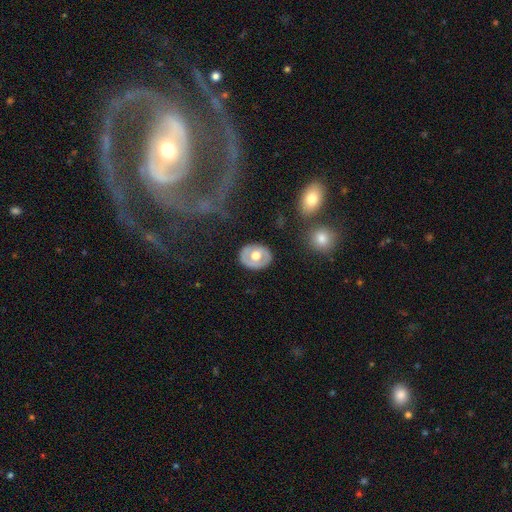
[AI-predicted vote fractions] Smooth or featured? featured or disk (49%)
Merging? none (82%)